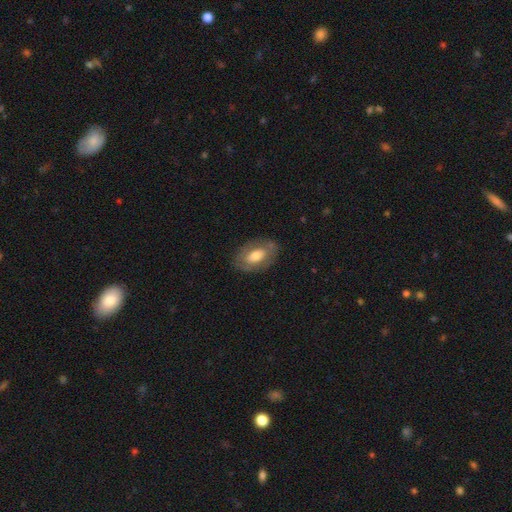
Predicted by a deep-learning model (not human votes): smooth_or_featured: smooth (p=0.54) [alt: featured or disk p=0.40]
how_rounded: in between (p=0.90) [alt: round p=0.08]
merging: none (p=0.78) [alt: minor disturbance p=0.15]